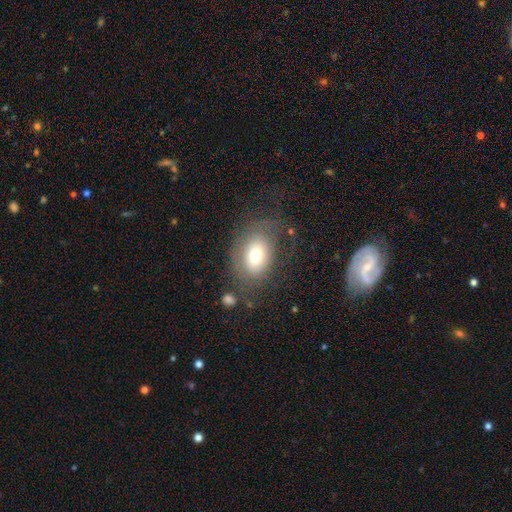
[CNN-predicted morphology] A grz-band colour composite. It shows a smooth galaxy with no disk features (68%) that is in between round and cigar-shaped (68%). Merging: none (58%).